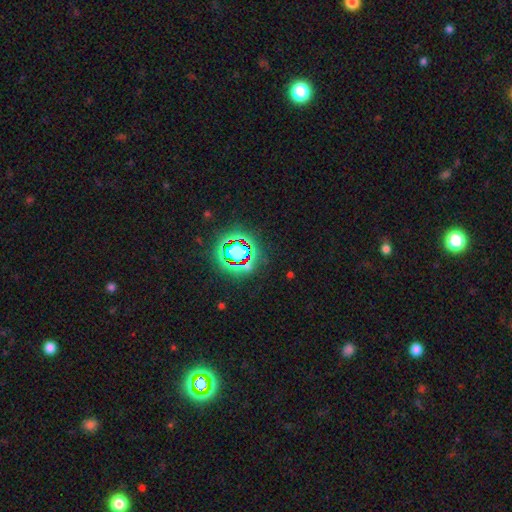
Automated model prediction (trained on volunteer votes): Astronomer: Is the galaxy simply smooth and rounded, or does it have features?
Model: star or artifact — 78%.